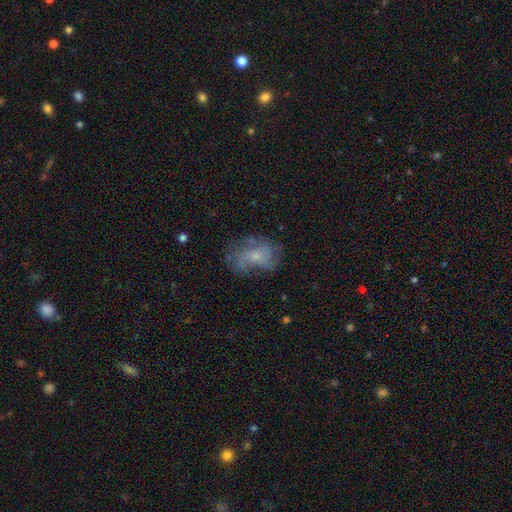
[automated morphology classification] Smooth or featured: featured or disk — 49% (smooth — 40%)
Merging: none — 51% (minor disturbance — 24%)